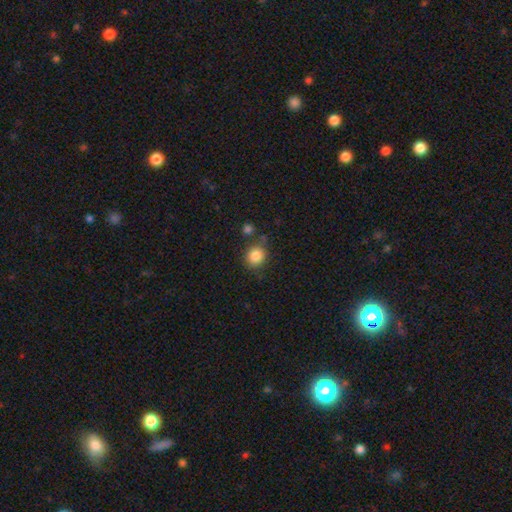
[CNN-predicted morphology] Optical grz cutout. It shows a smooth galaxy with no disk features (85%) that is round (83%). Merging: none (76%).